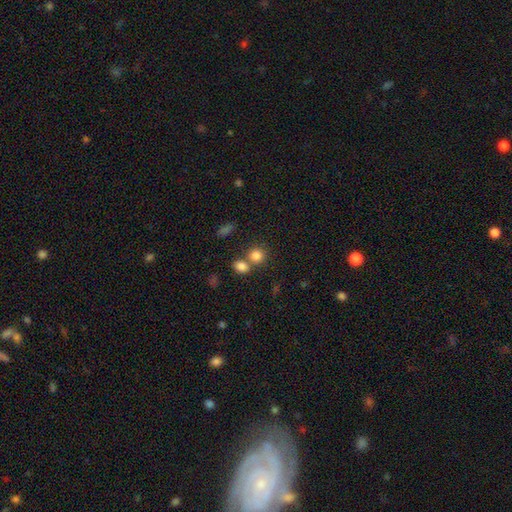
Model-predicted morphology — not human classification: Overall: smooth (82%). How rounded: round (82%). Merging: none (56%; merger 33%).